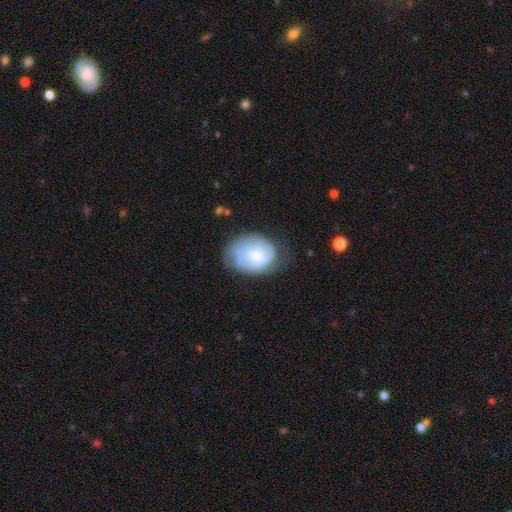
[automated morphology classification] This is possibly a featured or disk galaxy (58%). It is clearly not viewed edge-on (97%). Bar: likely no (71%). Spiral arm pattern: likely yes (75%). Central bulge: possibly small (46%). Merging: possibly none (51%).